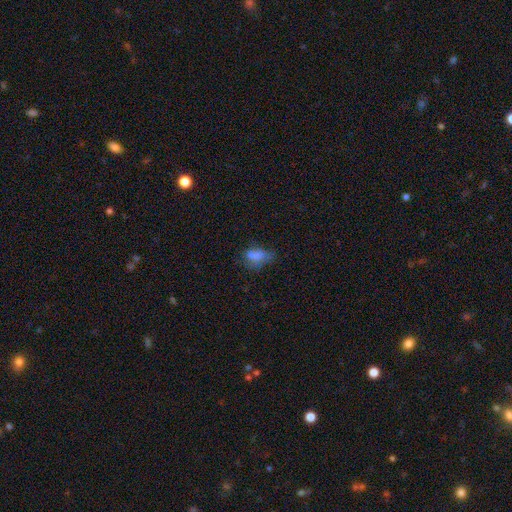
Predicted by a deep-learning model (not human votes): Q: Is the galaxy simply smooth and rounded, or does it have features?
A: smooth — 71%.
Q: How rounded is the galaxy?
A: in between — 85%.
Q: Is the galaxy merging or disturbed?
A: none — 37%.